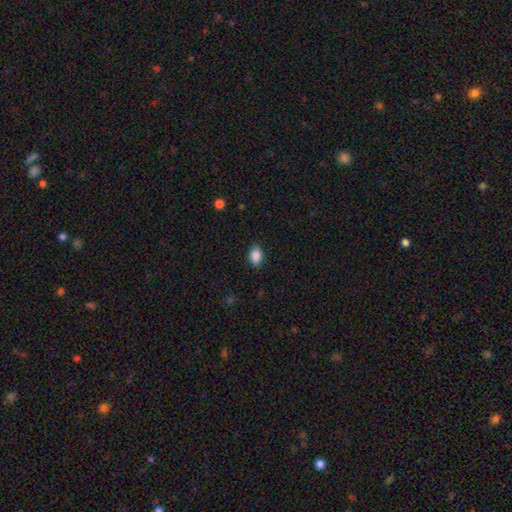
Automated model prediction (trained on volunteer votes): This is clearly a smooth galaxy (88%). How rounded: likely in between (79%). Merging: clearly none (87%).